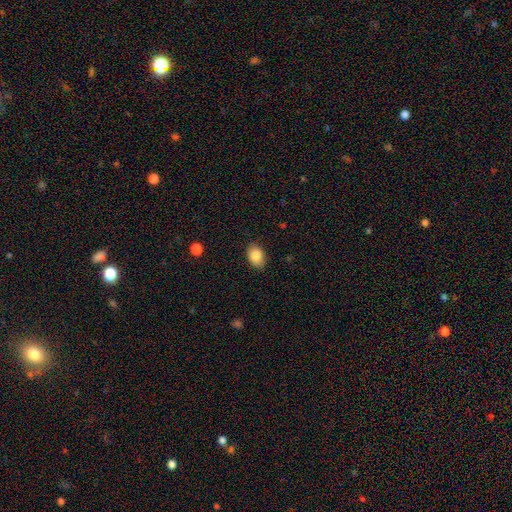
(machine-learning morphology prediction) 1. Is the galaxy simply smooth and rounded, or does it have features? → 87% smooth, 8% star or artifact, 6% featured or disk.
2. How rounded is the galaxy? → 82% in between, 17% round, 1% cigar-shaped.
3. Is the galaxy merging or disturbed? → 85% none, 12% minor disturbance, 2% major disturbance, 1% merger.